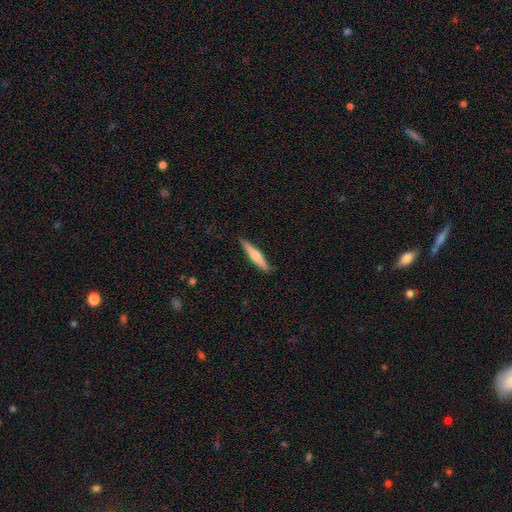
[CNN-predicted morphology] smooth 56%, featured or disk 38%, star or artifact 5%. Down the decision tree: how rounded — cigar-shaped (91%); merging — none (88%).